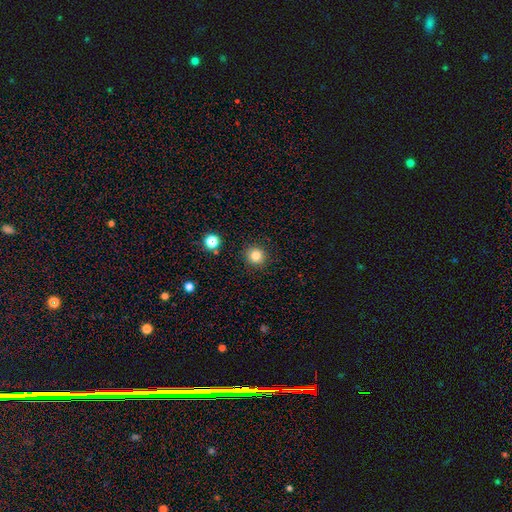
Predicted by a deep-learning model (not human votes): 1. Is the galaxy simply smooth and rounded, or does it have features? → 82% smooth, 12% star or artifact, 6% featured or disk.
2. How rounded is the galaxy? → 93% round, 6% in between, 1% cigar-shaped.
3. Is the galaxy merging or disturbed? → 91% none, 6% minor disturbance, 2% major disturbance, 2% merger.